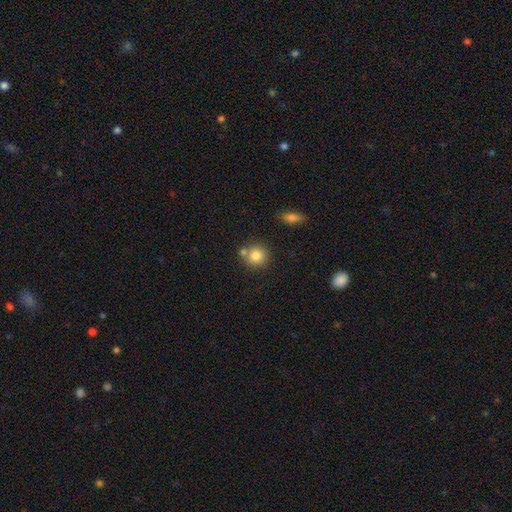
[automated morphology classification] type=smooth (81%); roundness=round (90%); merging=none (70%).